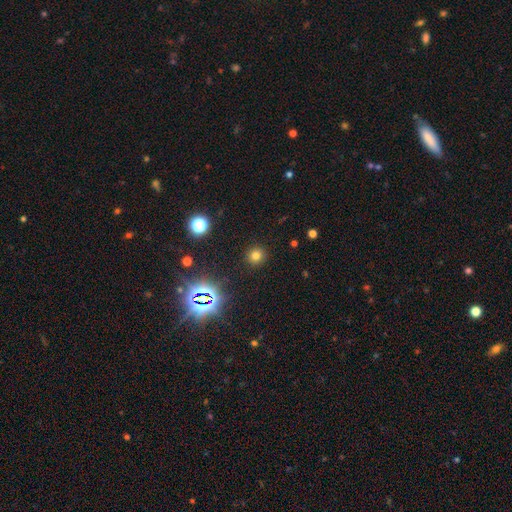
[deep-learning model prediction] A smooth galaxy with no disk features (72%) that is round (92%).

Vote fractions:
- Smooth or featured? smooth: 72% / star or artifact: 21% / featured or disk: 7%
- How rounded? round: 92% / in between: 7% / cigar-shaped: 1%
- Merging? none: 91% / minor disturbance: 6% / major disturbance: 2% / merger: 1%